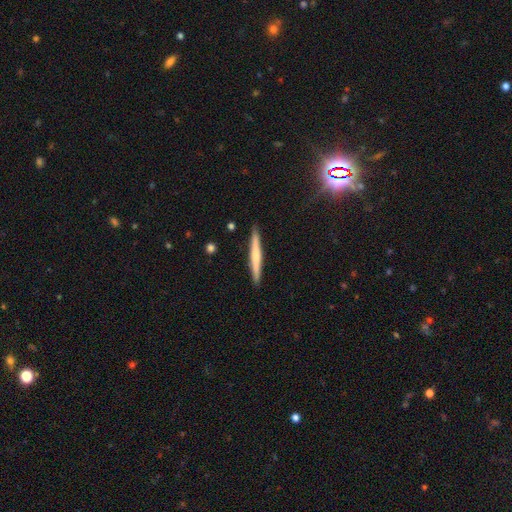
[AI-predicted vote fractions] Q: Smooth or featured?
A: smooth (53%); runner-up: featured or disk (41%)
Q: How rounded?
A: cigar-shaped (96%); runner-up: in between (2%)
Q: Merging?
A: none (91%); runner-up: minor disturbance (7%)